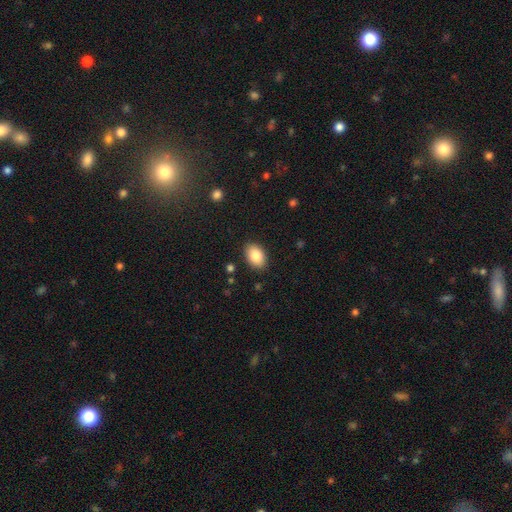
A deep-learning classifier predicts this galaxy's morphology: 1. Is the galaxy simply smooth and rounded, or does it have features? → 85% smooth, 8% featured or disk, 7% star or artifact.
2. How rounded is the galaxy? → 88% in between, 11% round, 1% cigar-shaped.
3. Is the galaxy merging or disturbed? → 87% none, 9% minor disturbance, 2% major disturbance, 1% merger.